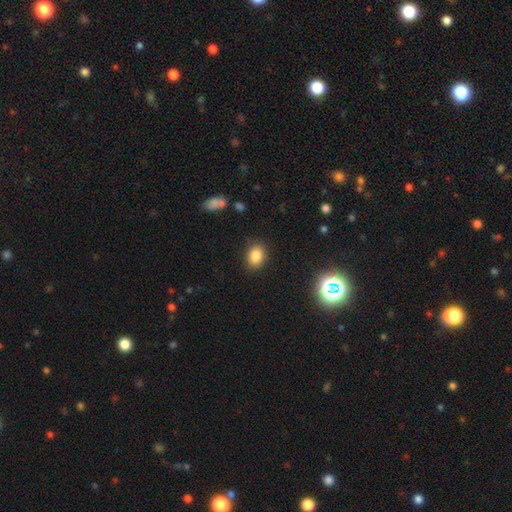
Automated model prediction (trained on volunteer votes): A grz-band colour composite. It shows a smooth galaxy with no disk features (83%) that is in between round and cigar-shaped (64%). Merging: none (86%).